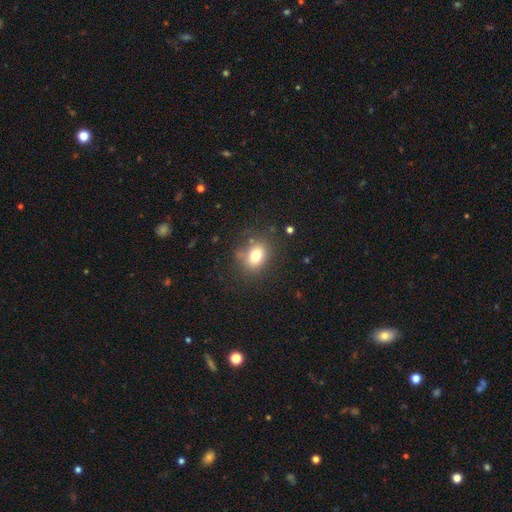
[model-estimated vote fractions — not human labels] smooth_or_featured: smooth (p=0.78) [alt: star or artifact p=0.11]
how_rounded: in between (p=0.61) [alt: round p=0.38]
merging: none (p=0.77) [alt: minor disturbance p=0.15]